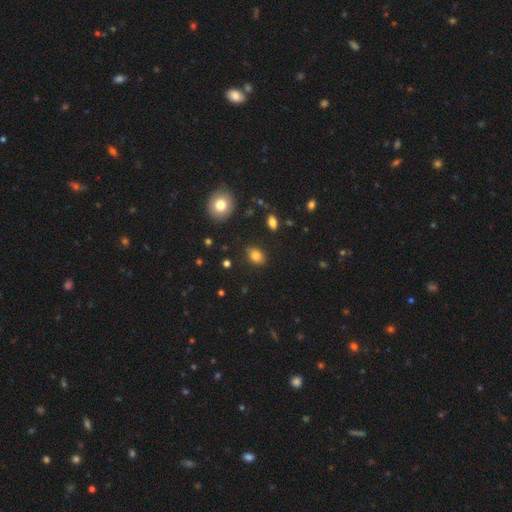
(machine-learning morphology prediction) Overall: smooth (82%). How rounded: in between (65%; round 34%). Merging: none (84%).